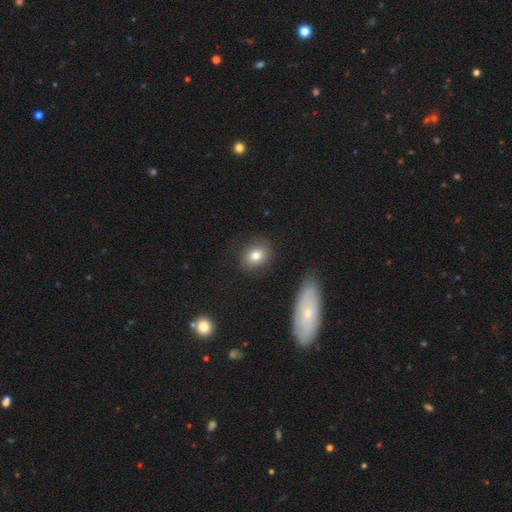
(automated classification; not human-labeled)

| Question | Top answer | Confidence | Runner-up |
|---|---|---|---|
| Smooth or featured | smooth | 79% | featured or disk (11%) |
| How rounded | round | 50% | in between (49%) |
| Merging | none | 84% | minor disturbance (11%) |